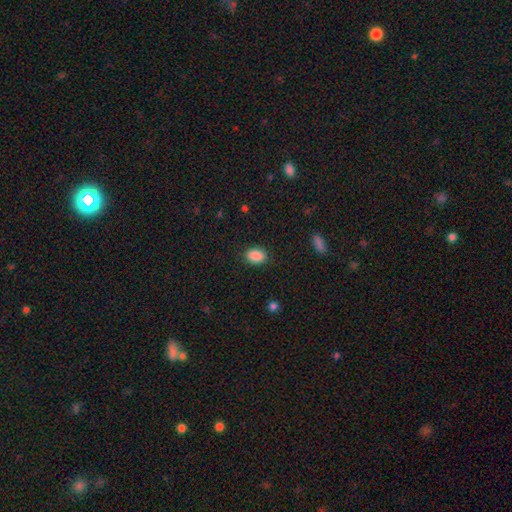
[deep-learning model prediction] smooth 89%, star or artifact 8%, featured or disk 4%. Down the decision tree: how rounded — in between (82%); merging — none (87%).